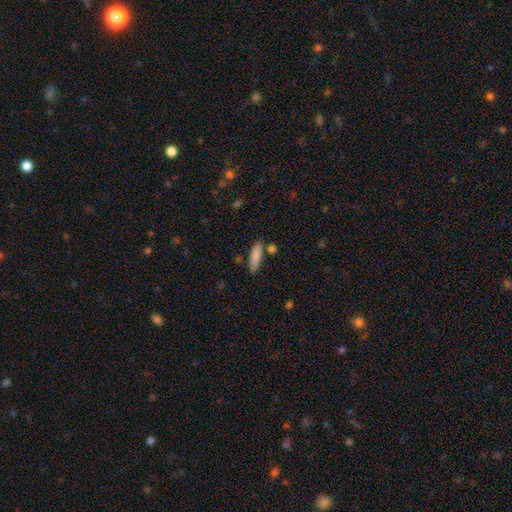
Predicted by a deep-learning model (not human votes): This is clearly a smooth galaxy (84%). How rounded: likely cigar-shaped (64%). Merging: likely none (78%).